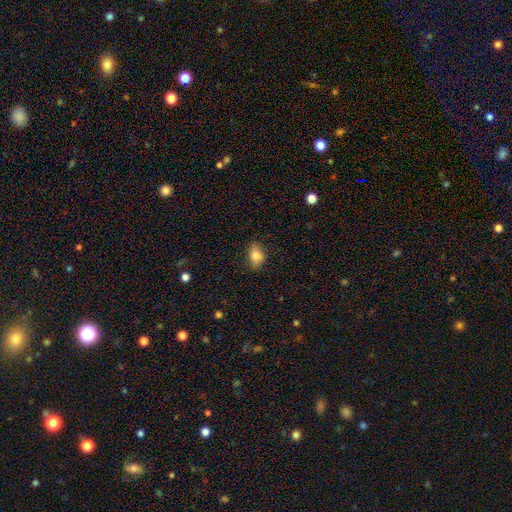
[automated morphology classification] Smooth or featured?
  - smooth: 82% *
  - featured or disk: 9%
  - star or artifact: 8%
How rounded?
  - in between: 77% *
  - round: 22%
  - cigar-shaped: 2%
Merging?
  - none: 75% *
  - minor disturbance: 20%
  - major disturbance: 4%
  - merger: 1%